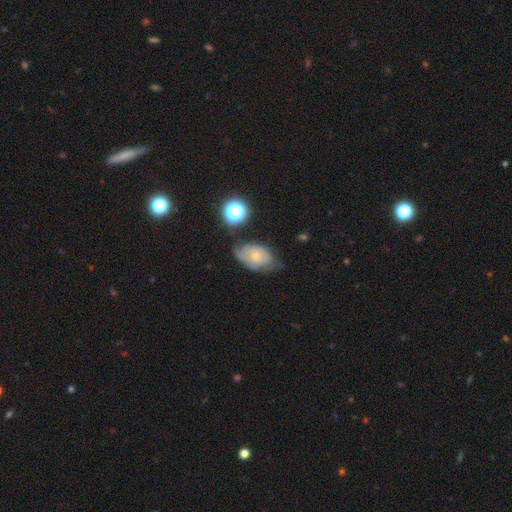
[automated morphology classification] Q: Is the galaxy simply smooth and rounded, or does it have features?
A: smooth — 51%.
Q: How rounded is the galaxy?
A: in between — 82%.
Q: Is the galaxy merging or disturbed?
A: none — 42%.